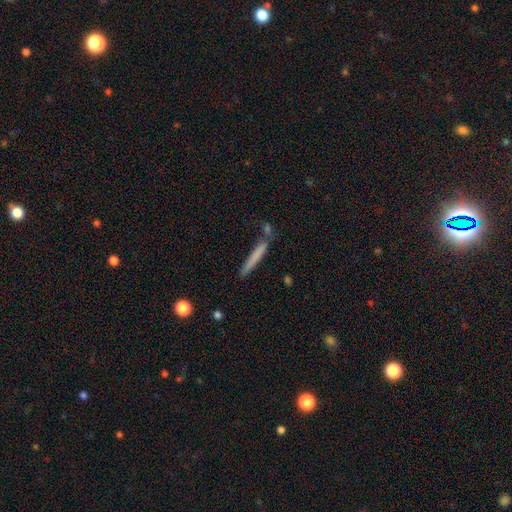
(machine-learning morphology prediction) Smooth or featured?
  - smooth: 70% *
  - featured or disk: 23%
  - star or artifact: 7%
How rounded?
  - cigar-shaped: 95% *
  - in between: 3%
  - round: 1%
Merging?
  - none: 75% *
  - minor disturbance: 13%
  - merger: 8%
  - major disturbance: 3%